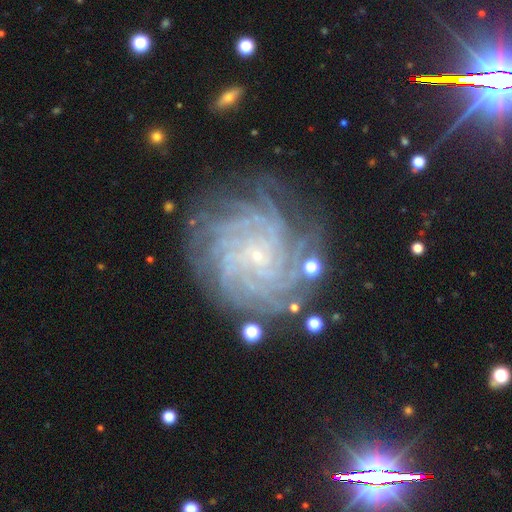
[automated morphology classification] type=featured or disk (87%); edge-on=no (98%); bar=no (71%); spiral arms=yes (98%); winding=tight (79%); arm count=more than 4 (45%); bulge=small (89%); merging=none (78%).